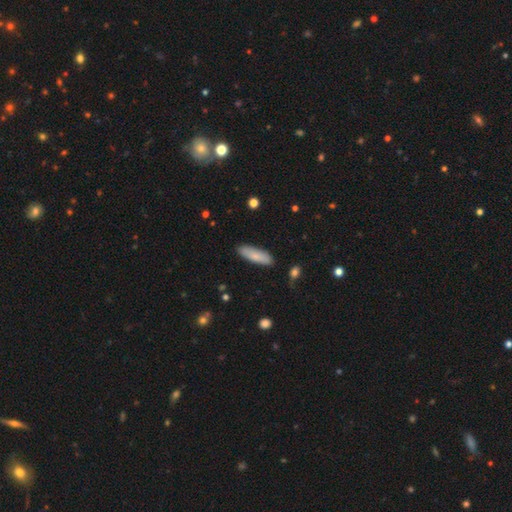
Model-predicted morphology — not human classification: Smooth or featured?
  - smooth: 82% *
  - featured or disk: 12%
  - star or artifact: 6%
How rounded?
  - cigar-shaped: 56% *
  - in between: 43%
  - round: 2%
Merging?
  - none: 87% *
  - minor disturbance: 9%
  - major disturbance: 2%
  - merger: 1%